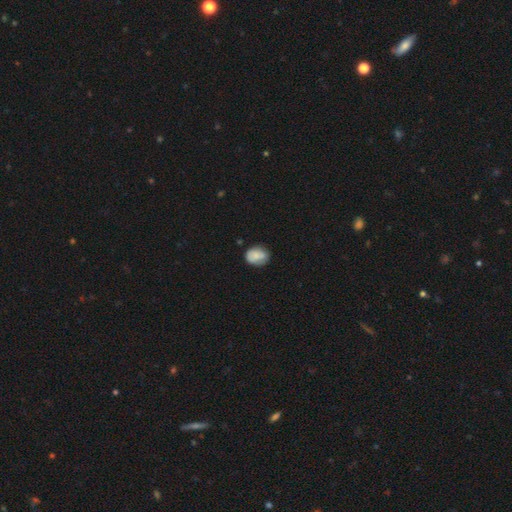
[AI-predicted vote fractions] Morphology: type=smooth (75%); roundness=in between (57%); merging=none (66%).